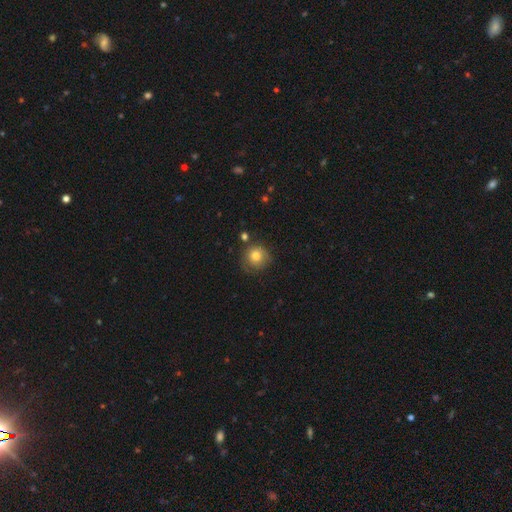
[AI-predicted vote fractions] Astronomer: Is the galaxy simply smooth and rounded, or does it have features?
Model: smooth — 77%.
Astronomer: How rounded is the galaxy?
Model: round — 92%.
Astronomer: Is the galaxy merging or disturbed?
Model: none — 73%.